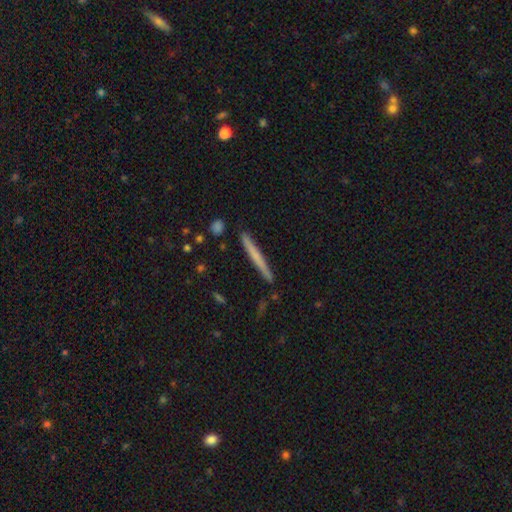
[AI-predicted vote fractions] Q: Smooth or featured?
A: smooth (56%); runner-up: featured or disk (38%)
Q: How rounded?
A: cigar-shaped (97%); runner-up: in between (2%)
Q: Merging?
A: none (89%); runner-up: minor disturbance (8%)